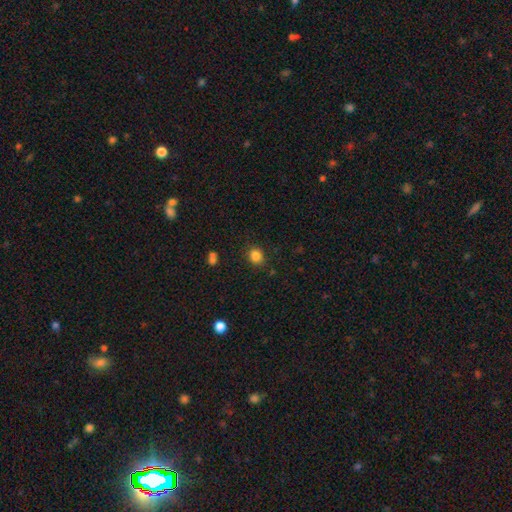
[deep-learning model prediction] Morphology: type=smooth (84%); roundness=round (65%); merging=none (86%).